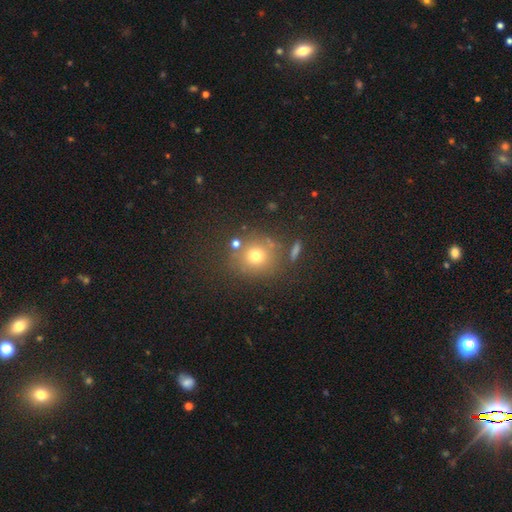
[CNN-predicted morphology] This is likely a smooth galaxy (71%). How rounded: clearly round (86%). Merging: likely none (76%).